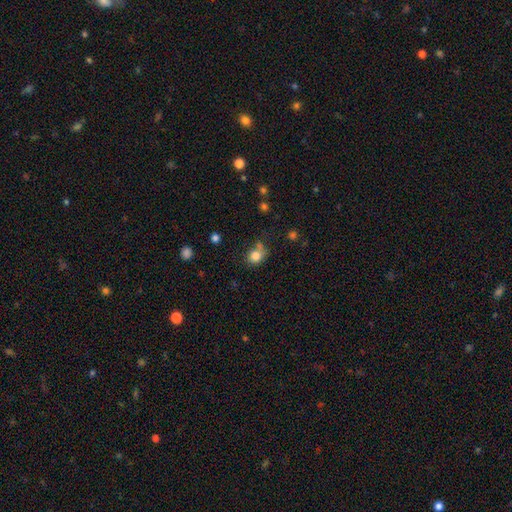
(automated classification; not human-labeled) Smooth or featured: smooth — 82% (star or artifact — 11%)
How rounded: round — 70% (in between — 29%)
Merging: none — 55% (minor disturbance — 21%)